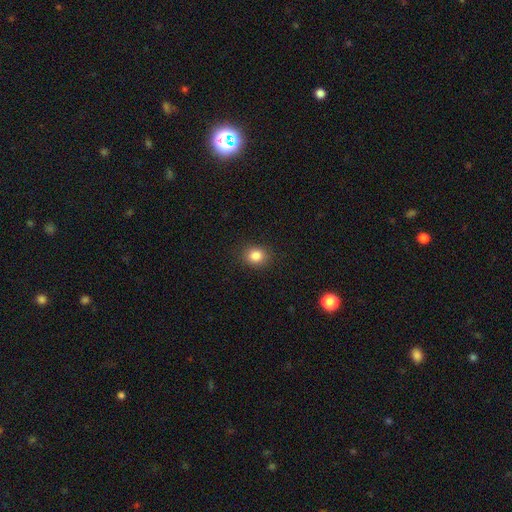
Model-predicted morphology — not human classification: Smooth or featured? Predicted: smooth (p=0.84). How rounded? Predicted: round (p=0.70). Merging? Predicted: none (p=0.89).